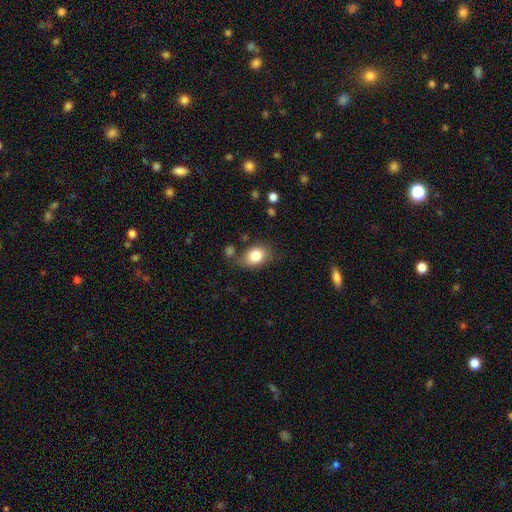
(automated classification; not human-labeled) The model was most divided on "merging": none: 72%, minor disturbance: 18%, merger: 6%, major disturbance: 5%. More confident: smooth or featured — smooth (82%); how rounded — in between (77%).